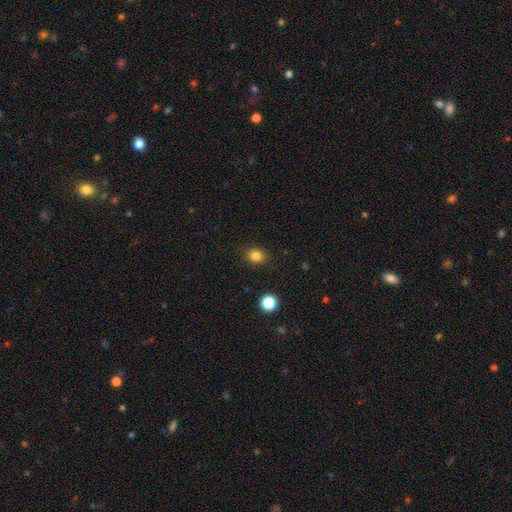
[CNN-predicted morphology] This appears to be a smooth galaxy with no disk features (83%) that is round (62%). Merging: none (88%).